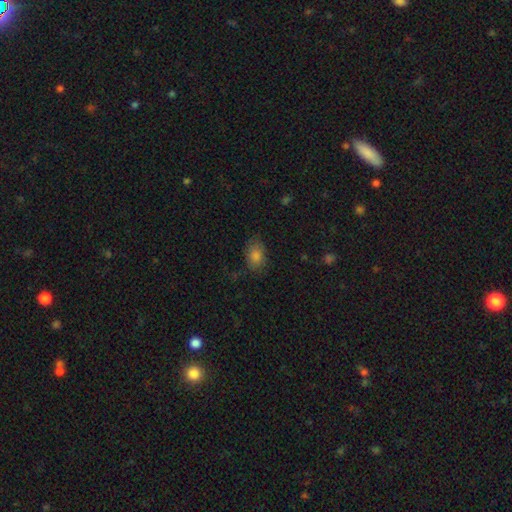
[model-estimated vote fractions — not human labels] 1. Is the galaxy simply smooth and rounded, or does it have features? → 80% smooth, 12% star or artifact, 8% featured or disk.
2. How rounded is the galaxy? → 81% in between, 17% round, 2% cigar-shaped.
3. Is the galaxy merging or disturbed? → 75% none, 19% minor disturbance, 5% major disturbance, 2% merger.